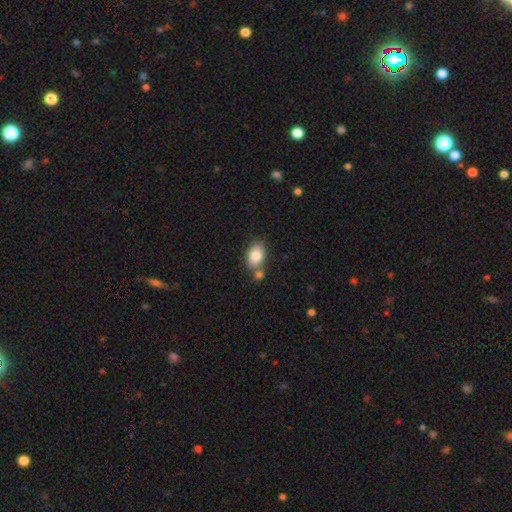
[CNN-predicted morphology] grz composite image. It shows a smooth galaxy with no disk features (84%) that is in between round and cigar-shaped (83%). Merging: none (60%).